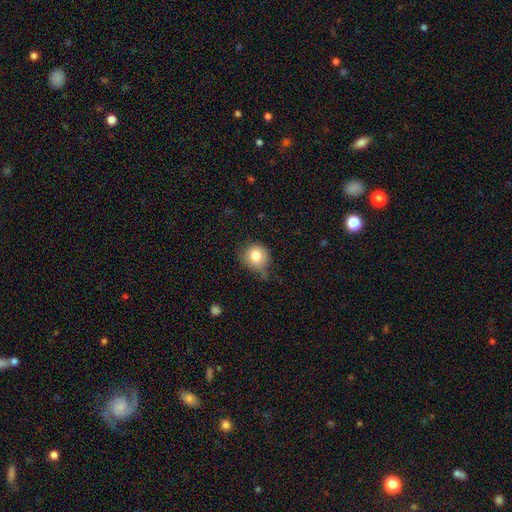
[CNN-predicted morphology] Smooth or featured? smooth (80%)
How rounded? round (85%)
Merging? none (50%)